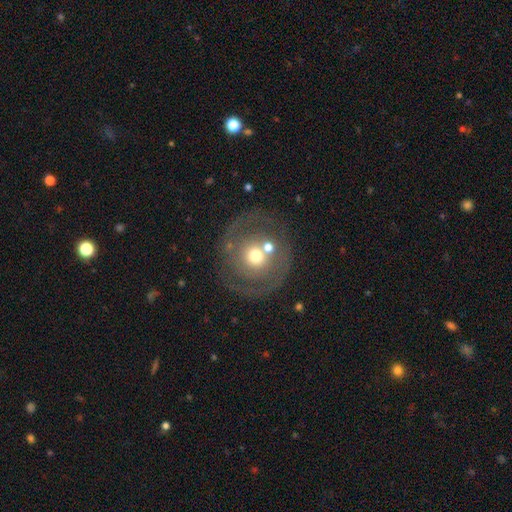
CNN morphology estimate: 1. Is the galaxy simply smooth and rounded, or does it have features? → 61% featured or disk, 30% smooth, 9% star or artifact.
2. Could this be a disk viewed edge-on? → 96% no, 4% yes.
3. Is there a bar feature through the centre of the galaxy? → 83% no, 13% weak, 5% strong.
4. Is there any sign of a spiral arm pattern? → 56% yes, 44% no.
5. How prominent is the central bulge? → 63% moderate, 19% small, 14% large, 3% dominant, 1% none.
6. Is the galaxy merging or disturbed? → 66% none, 13% minor disturbance, 11% major disturbance, 10% merger.